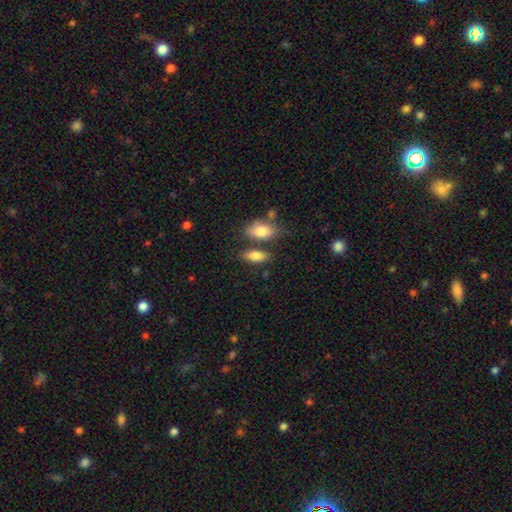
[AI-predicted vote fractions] Smooth or featured? smooth (80%)
How rounded? in between (76%)
Merging? none (62%)